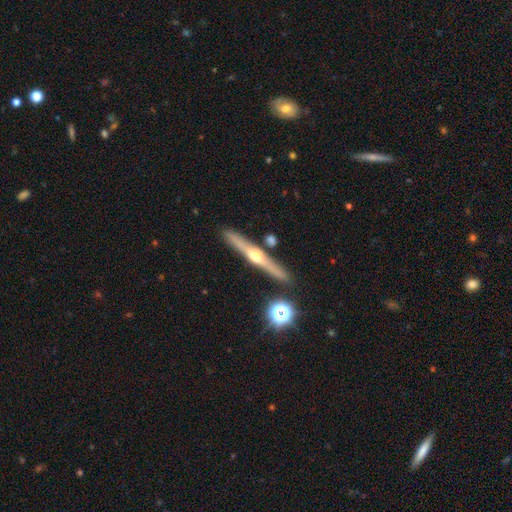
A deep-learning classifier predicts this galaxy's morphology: smooth_or_featured: featured or disk (p=0.73) [alt: smooth p=0.20]
disk_edge_on: yes (p=0.97) [alt: no p=0.03]
edge_on_bulge: rounded (p=0.93) [alt: none p=0.04]
merging: none (p=0.87) [alt: minor disturbance p=0.07]